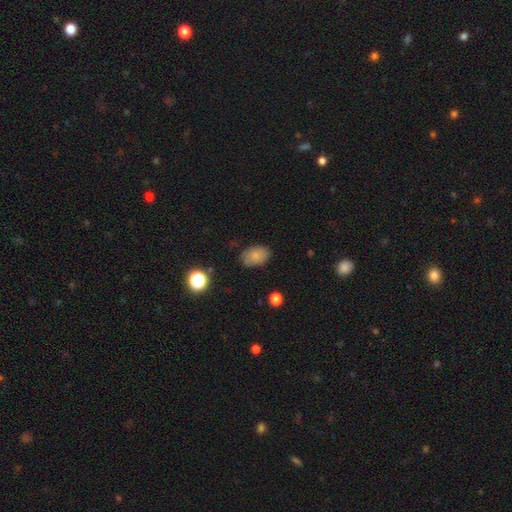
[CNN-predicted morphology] Smooth or featured?
  - smooth: 81% *
  - star or artifact: 10%
  - featured or disk: 9%
How rounded?
  - in between: 83% *
  - round: 16%
  - cigar-shaped: 1%
Merging?
  - none: 79% *
  - minor disturbance: 16%
  - major disturbance: 4%
  - merger: 1%